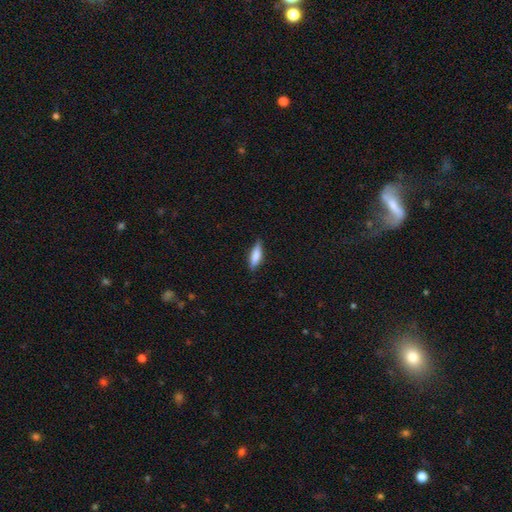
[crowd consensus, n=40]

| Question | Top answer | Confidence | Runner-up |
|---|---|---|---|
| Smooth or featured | smooth | 72% | featured or disk (22%) |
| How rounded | cigar-shaped | 66% | in between (34%) |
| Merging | none | 76% | minor disturbance (18%) |